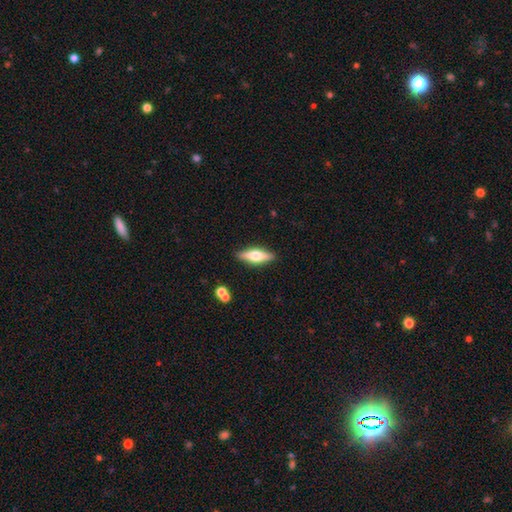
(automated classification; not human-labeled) A featured or disk galaxy (52%) viewed edge-on (92%).

Vote fractions:
- Smooth or featured? featured or disk: 52% / smooth: 42% / star or artifact: 6%
- Edge-on disk? yes: 92% / no: 8%
- Merging? none: 89% / minor disturbance: 8% / major disturbance: 2% / merger: 2%